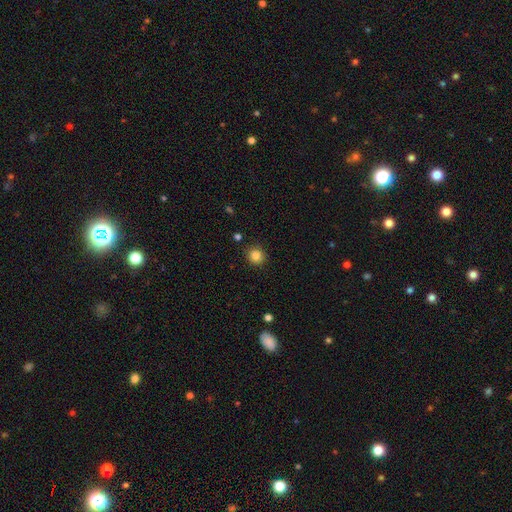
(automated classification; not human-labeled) Smooth or featured? smooth (83%)
How rounded? round (90%)
Merging? none (90%)